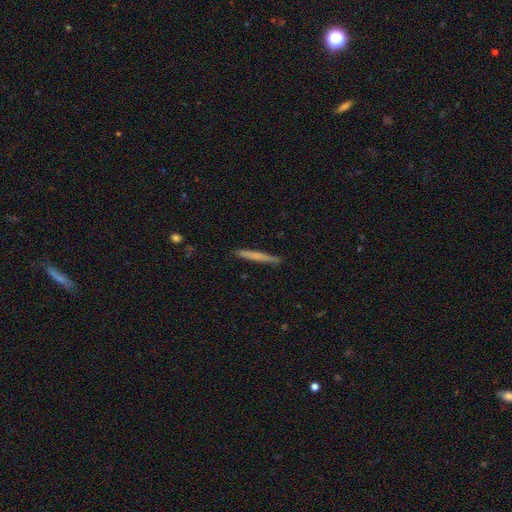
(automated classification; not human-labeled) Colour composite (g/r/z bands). It shows a smooth galaxy with no disk features (65%) that is cigar-shaped (97%). Merging: none (89%).